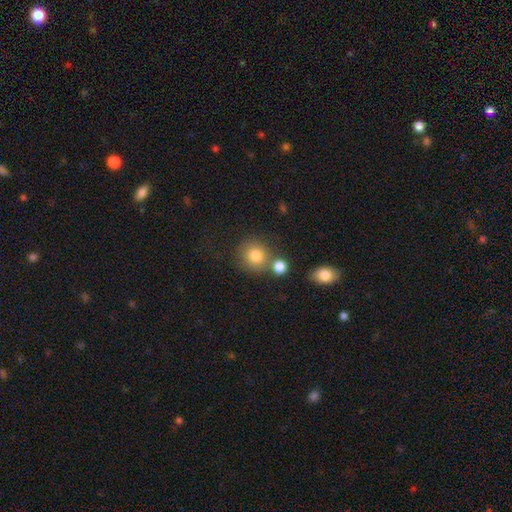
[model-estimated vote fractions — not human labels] Overall: smooth (80%). How rounded: round (89%). Merging: none (67%).